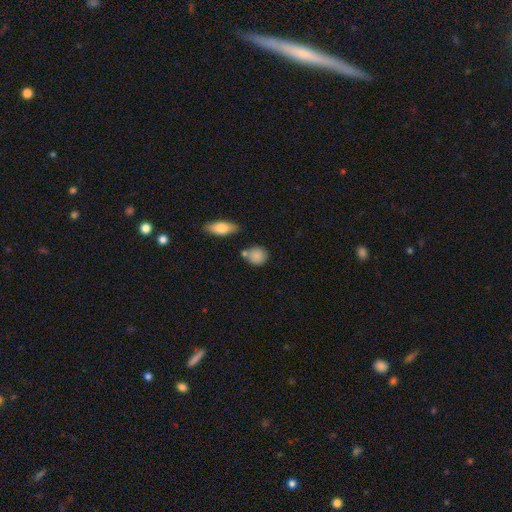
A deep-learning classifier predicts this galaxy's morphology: This is clearly a smooth galaxy (86%). How rounded: likely round (78%). Merging: likely none (68%).